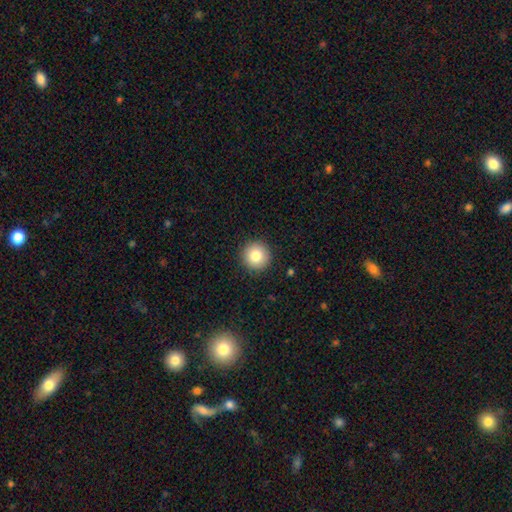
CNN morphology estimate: Overall: smooth (83%). How rounded: round (95%). Merging: none (92%).